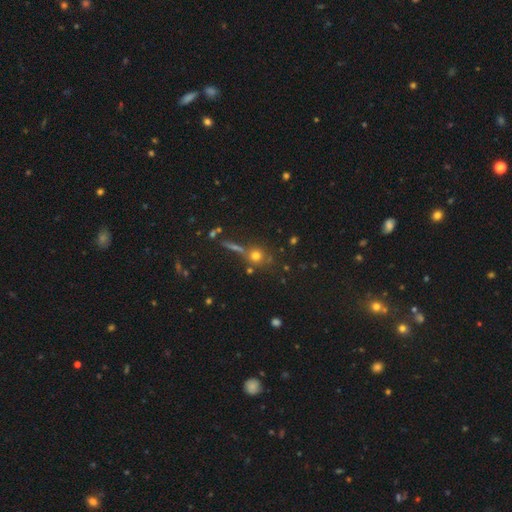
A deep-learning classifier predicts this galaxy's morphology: type=smooth (66%); roundness=round (88%); merging=none (69%).